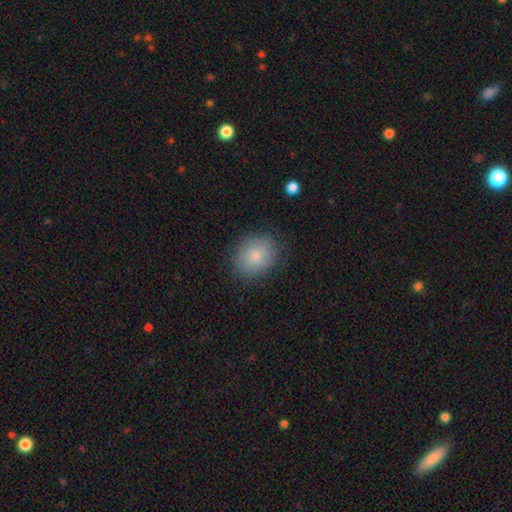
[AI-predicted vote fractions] Smooth or featured: smooth — 82% (featured or disk — 9%)
How rounded: round — 63% (in between — 36%)
Merging: none — 83% (minor disturbance — 12%)